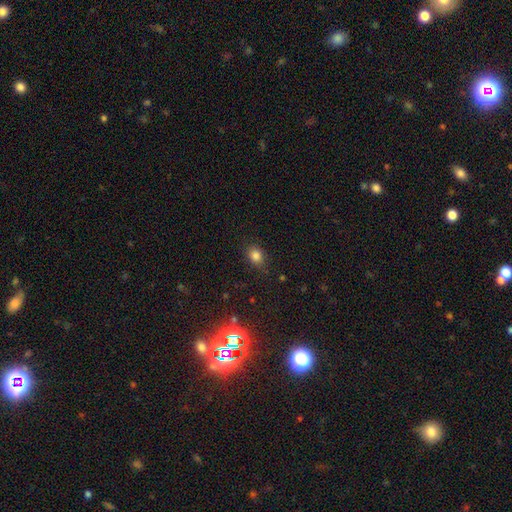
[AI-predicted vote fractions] smooth_or_featured: smooth (p=0.81) [alt: star or artifact p=0.13]
how_rounded: in between (p=0.54) [alt: round p=0.45]
merging: none (p=0.82) [alt: minor disturbance p=0.13]